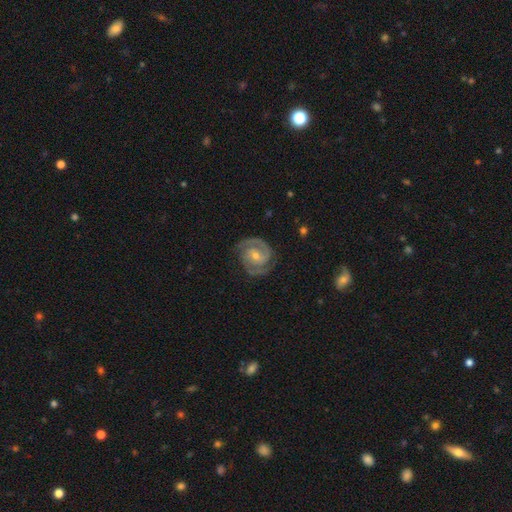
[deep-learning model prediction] featured or disk 91%, star or artifact 5%, smooth 4%. Down the decision tree: edge-on disk — no (98%); bar — no (48%); spiral arms — yes (98%); spiral arm count — 2 (90%); spiral winding — tight (58%); bulge size — small (55%); merging — none (82%).